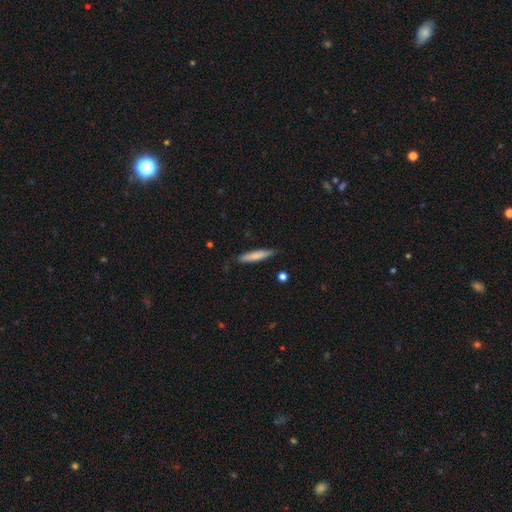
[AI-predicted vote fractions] This appears to be a smooth galaxy with no disk features (75%) that is cigar-shaped (90%). Merging: none (82%).